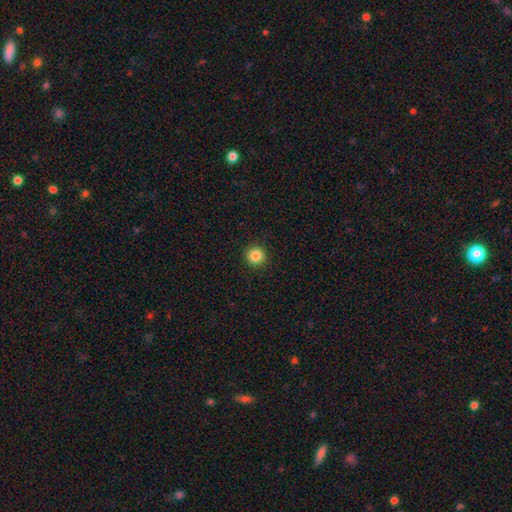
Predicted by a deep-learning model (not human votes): This is clearly a smooth galaxy (85%). How rounded: clearly round (95%). Merging: clearly none (93%).